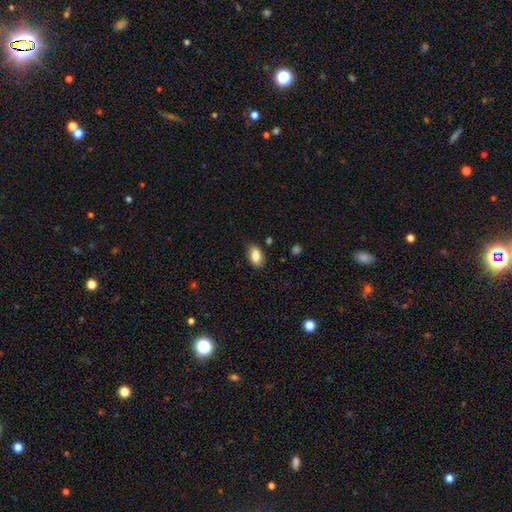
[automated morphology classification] Smooth or featured: smooth — 84% (featured or disk — 8%)
How rounded: in between — 90% (round — 7%)
Merging: none — 80% (minor disturbance — 16%)